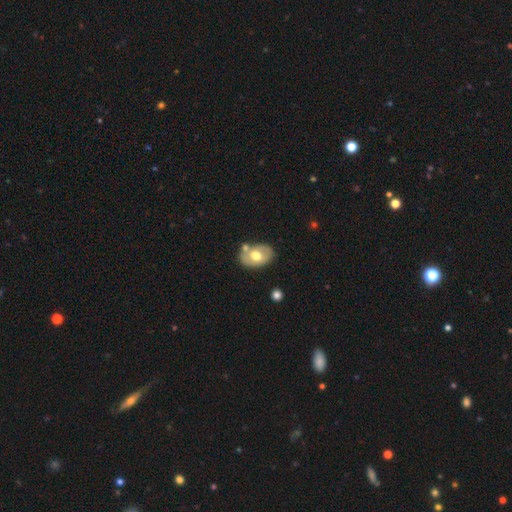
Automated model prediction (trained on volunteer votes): Smooth or featured?
  - smooth: 57% *
  - featured or disk: 37%
  - star or artifact: 6%
How rounded?
  - in between: 84% *
  - round: 15%
  - cigar-shaped: 1%
Merging?
  - none: 66% *
  - minor disturbance: 17%
  - merger: 13%
  - major disturbance: 4%